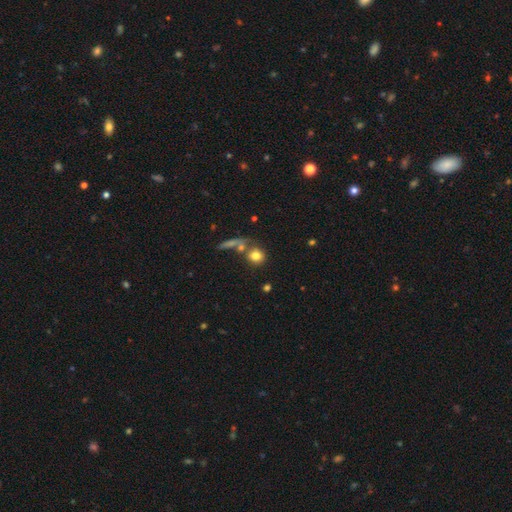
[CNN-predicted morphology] Overall: smooth (78%). How rounded: round (73%). Merging: none (57%; merger 25%).